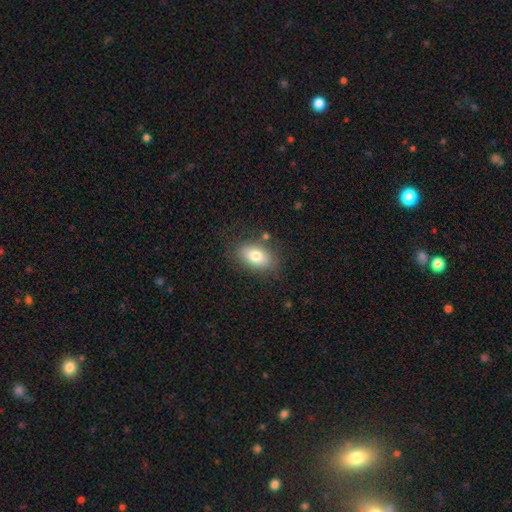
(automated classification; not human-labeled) Morphology: type=smooth (77%); roundness=in between (88%); merging=none (79%).